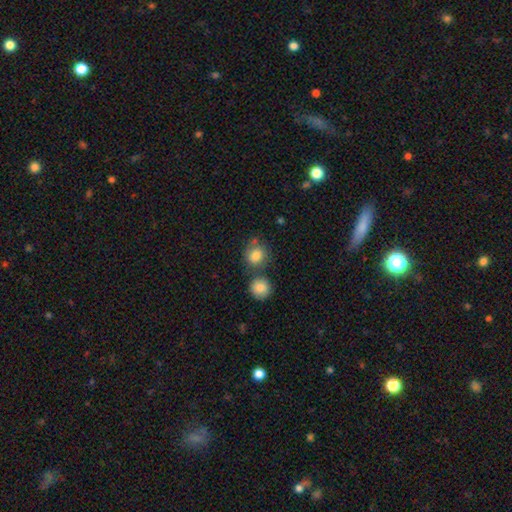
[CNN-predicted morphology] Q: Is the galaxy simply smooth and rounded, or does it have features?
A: smooth — 83%.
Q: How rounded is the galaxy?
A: round — 80%.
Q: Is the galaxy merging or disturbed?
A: none — 60%.